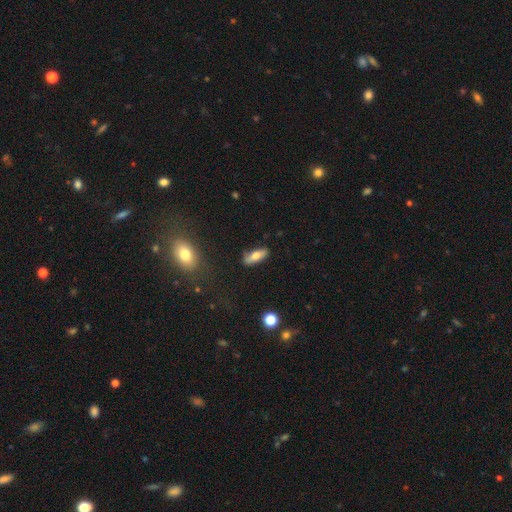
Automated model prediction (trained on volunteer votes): This is likely a smooth galaxy (61%). How rounded: possibly in between (56%). Merging: clearly none (83%).